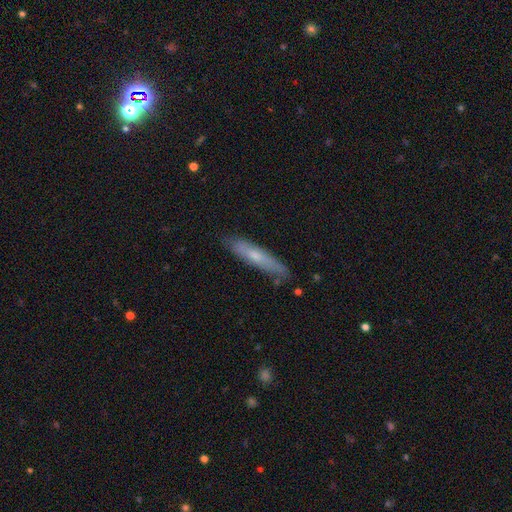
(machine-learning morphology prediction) Smooth or featured? smooth (53%)
How rounded? cigar-shaped (87%)
Merging? none (78%)